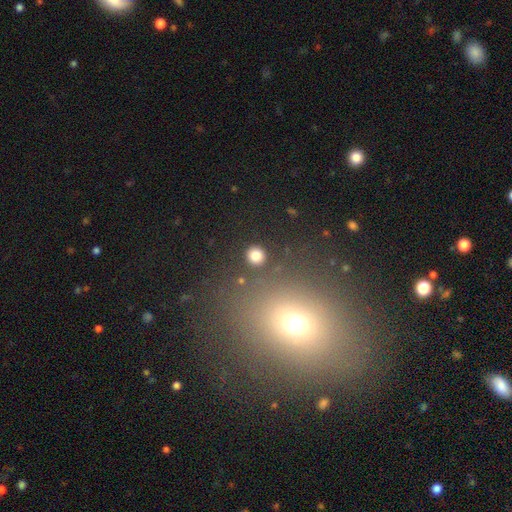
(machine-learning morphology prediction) Q: Smooth or featured?
A: smooth (81%); runner-up: star or artifact (14%)
Q: How rounded?
A: round (90%); runner-up: in between (9%)
Q: Merging?
A: none (89%); runner-up: minor disturbance (6%)